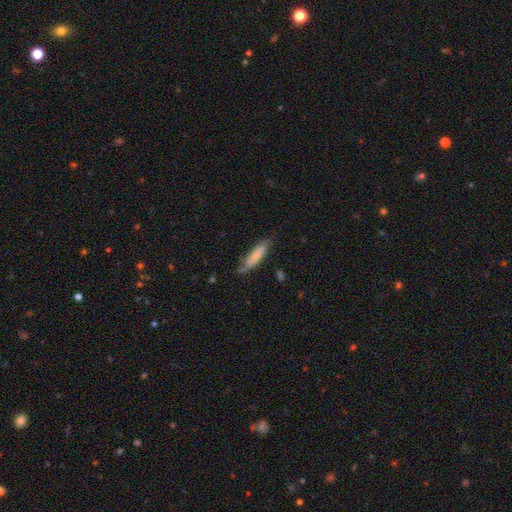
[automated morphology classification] The model was most divided on "smooth or featured": smooth: 64%, featured or disk: 30%, star or artifact: 6%. More confident: how rounded — cigar-shaped (71%); merging — none (65%).